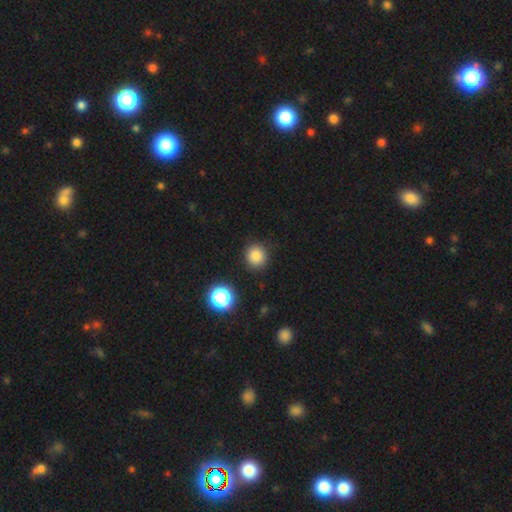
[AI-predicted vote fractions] Morphology: type=smooth (83%); roundness=round (89%); merging=none (89%).